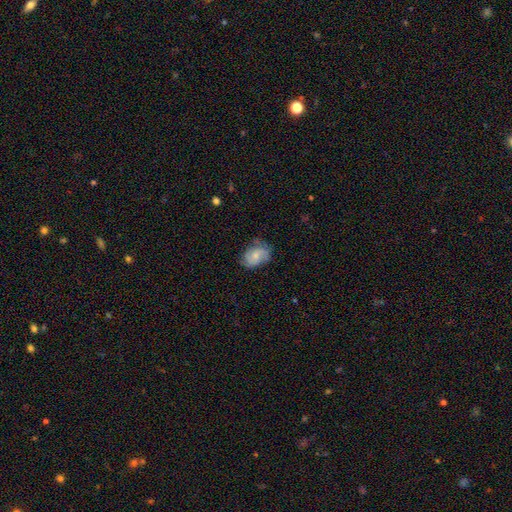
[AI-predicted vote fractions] Morphology: type=smooth (55%); roundness=in between (78%); merging=none (60%).